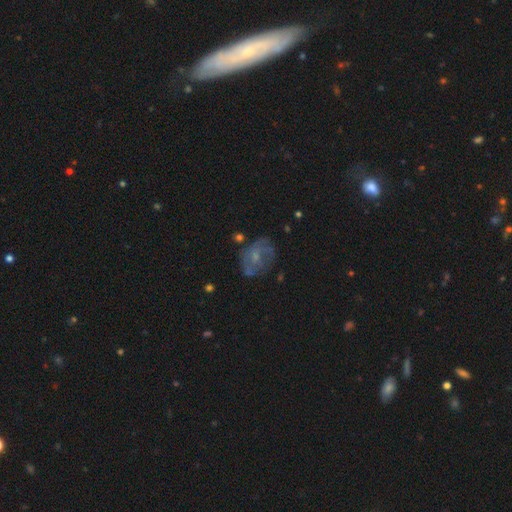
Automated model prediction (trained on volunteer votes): smooth_or_featured: featured or disk (p=0.54) [alt: smooth p=0.36]
disk_edge_on: no (p=0.97) [alt: yes p=0.03]
bar: no (p=0.69) [alt: weak p=0.27]
has_spiral_arms: no (p=0.52) [alt: yes p=0.48]
bulge_size: small (p=0.50) [alt: moderate p=0.31]
merging: none (p=0.56) [alt: minor disturbance p=0.24]